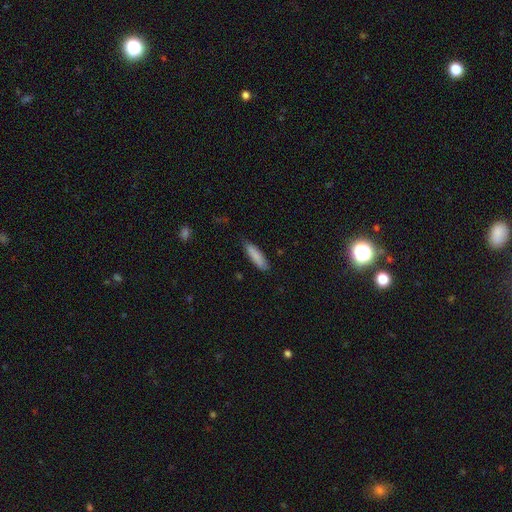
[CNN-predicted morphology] type=smooth (85%); roundness=cigar-shaped (61%); merging=none (79%).